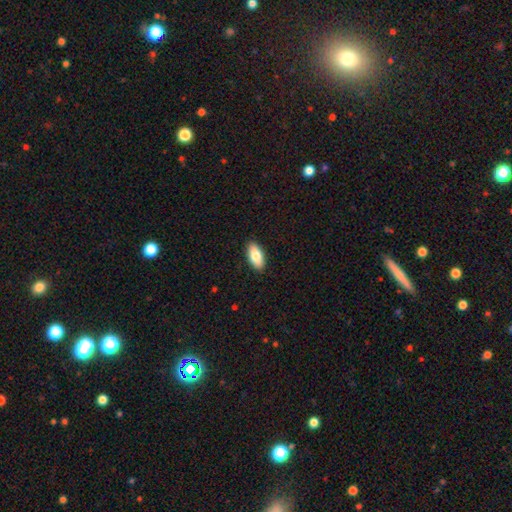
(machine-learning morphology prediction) Smooth or featured? smooth (82%)
How rounded? in between (89%)
Merging? none (90%)